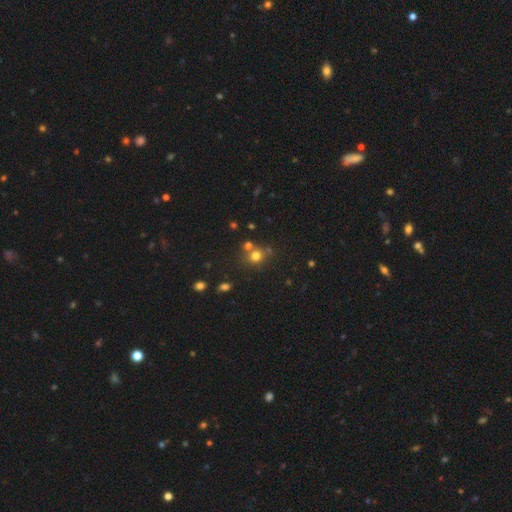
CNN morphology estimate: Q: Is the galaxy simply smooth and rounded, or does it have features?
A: smooth — 72%.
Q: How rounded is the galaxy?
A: round — 81%.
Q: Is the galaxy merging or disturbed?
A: none — 61%.